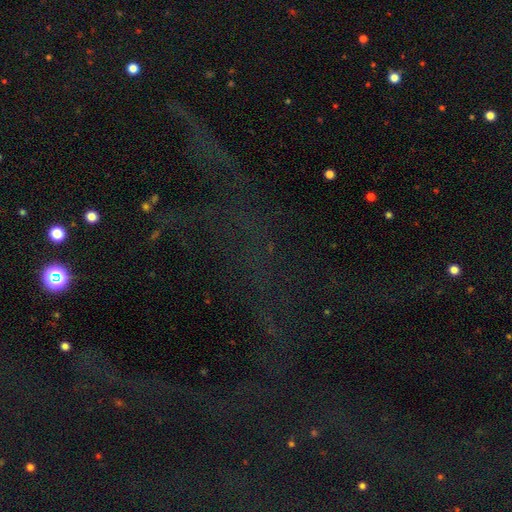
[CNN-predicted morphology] The model was most divided on "smooth or featured": star or artifact: 75%, featured or disk: 13%, smooth: 12%.